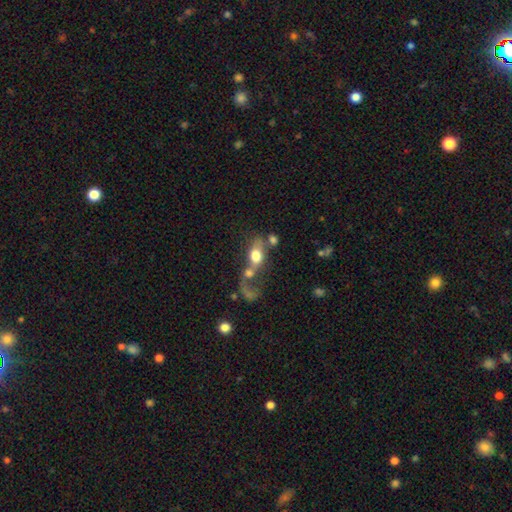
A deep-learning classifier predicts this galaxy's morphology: Smooth or featured: smooth — 61% (featured or disk — 29%)
How rounded: in between — 70% (round — 23%)
Merging: merger — 55% (major disturbance — 22%)